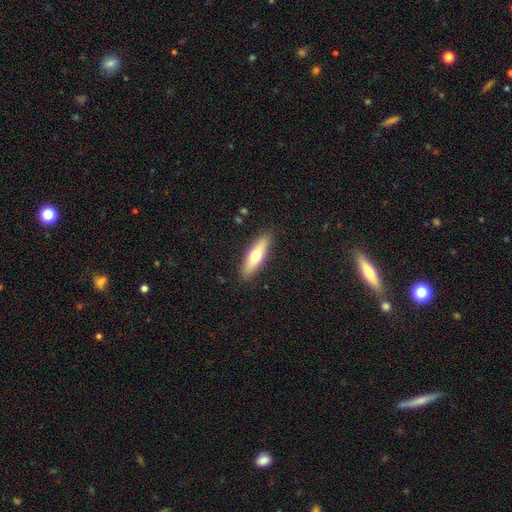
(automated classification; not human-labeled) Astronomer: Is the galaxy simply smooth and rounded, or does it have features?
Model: smooth — 59% (runner-up: featured or disk, 36%).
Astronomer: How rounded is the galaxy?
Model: cigar-shaped — 65%.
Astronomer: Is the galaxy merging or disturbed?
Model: none — 89%.